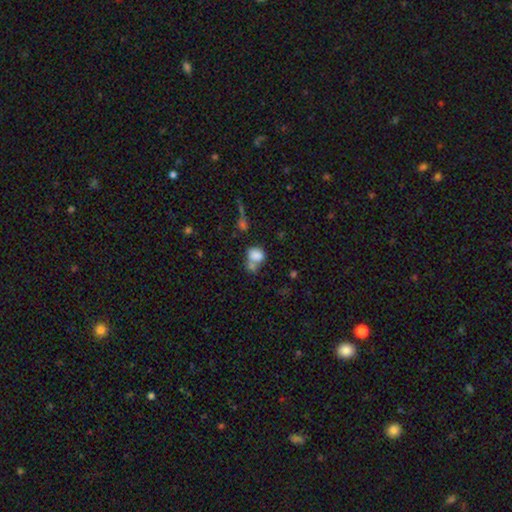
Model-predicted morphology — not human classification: Smooth or featured? smooth (80%)
How rounded? in between (55%)
Merging? merger (45%)